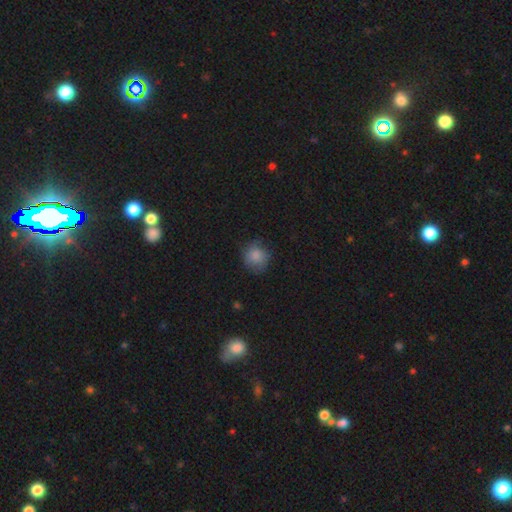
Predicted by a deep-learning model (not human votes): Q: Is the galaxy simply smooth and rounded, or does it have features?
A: smooth — 83%.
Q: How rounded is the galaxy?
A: round — 82%.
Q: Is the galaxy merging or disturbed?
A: none — 70%.